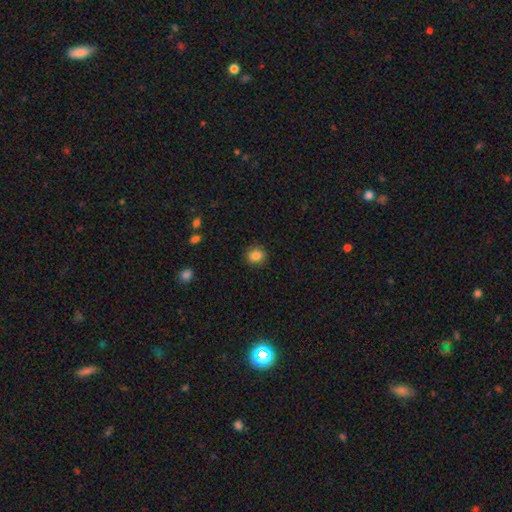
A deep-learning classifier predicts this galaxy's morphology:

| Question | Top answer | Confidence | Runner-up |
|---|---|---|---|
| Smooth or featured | smooth | 85% | star or artifact (10%) |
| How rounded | round | 76% | in between (23%) |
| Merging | none | 88% | minor disturbance (8%) |